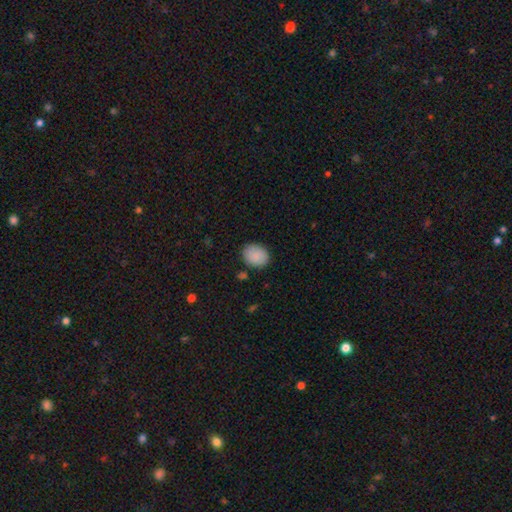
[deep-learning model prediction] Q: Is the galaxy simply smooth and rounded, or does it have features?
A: smooth — 88%.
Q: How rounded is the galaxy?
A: in between — 51%.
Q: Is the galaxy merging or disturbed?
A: none — 85%.